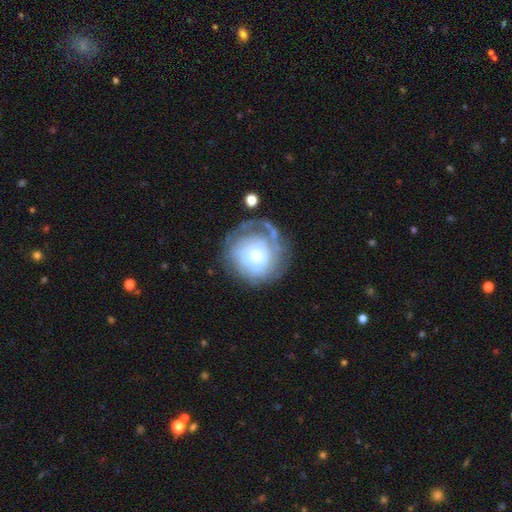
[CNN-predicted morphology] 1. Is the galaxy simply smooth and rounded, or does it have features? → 64% featured or disk, 29% smooth, 7% star or artifact.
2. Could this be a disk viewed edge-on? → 97% no, 3% yes.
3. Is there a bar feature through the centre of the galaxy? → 78% no, 19% weak, 4% strong.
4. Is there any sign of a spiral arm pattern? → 71% yes, 29% no.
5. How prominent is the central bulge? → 49% moderate, 30% small, 16% large, 3% none, 2% dominant.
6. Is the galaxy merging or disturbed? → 54% none, 21% minor disturbance, 20% major disturbance, 4% merger.